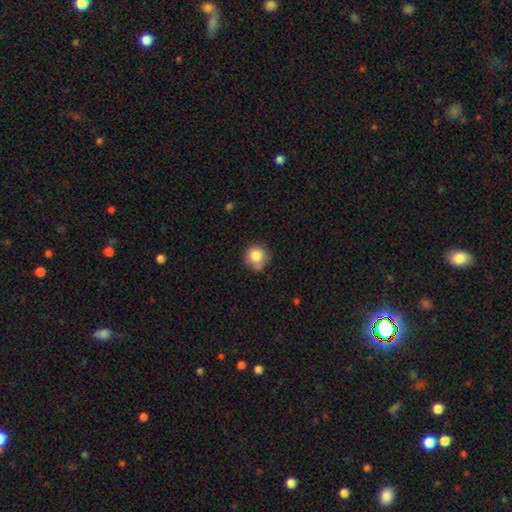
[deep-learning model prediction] A smooth galaxy with no disk features (81%) that is round (89%).

Vote fractions:
- Smooth or featured? smooth: 81% / star or artifact: 10% / featured or disk: 9%
- How rounded? round: 89% / in between: 10% / cigar-shaped: 1%
- Merging? none: 64% / minor disturbance: 23% / merger: 8% / major disturbance: 5%